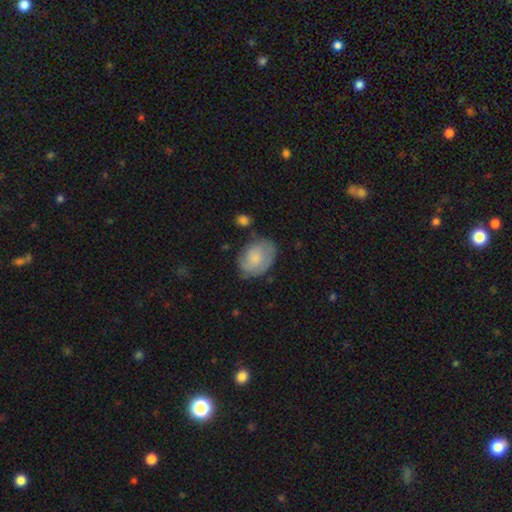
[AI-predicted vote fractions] Smooth or featured: smooth — 66% (featured or disk — 27%)
How rounded: in between — 77% (round — 22%)
Merging: none — 66% (minor disturbance — 24%)